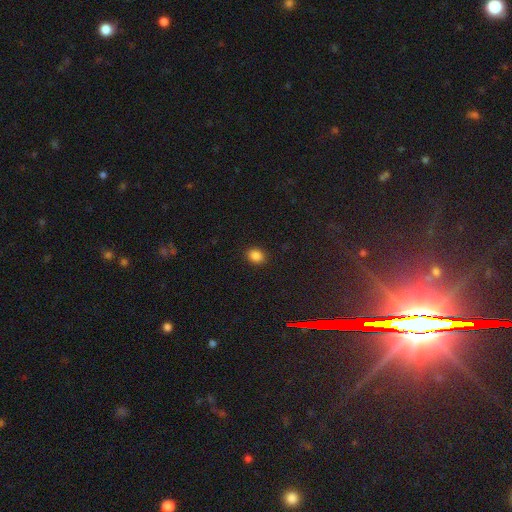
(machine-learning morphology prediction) smooth-or-featured: smooth: 86% | star or artifact: 11% | featured or disk: 3%
  how-rounded: round: 54% | in between: 45% | cigar-shaped: 1%
  merging: none: 91% | minor disturbance: 6% | major disturbance: 2% | merger: 1%